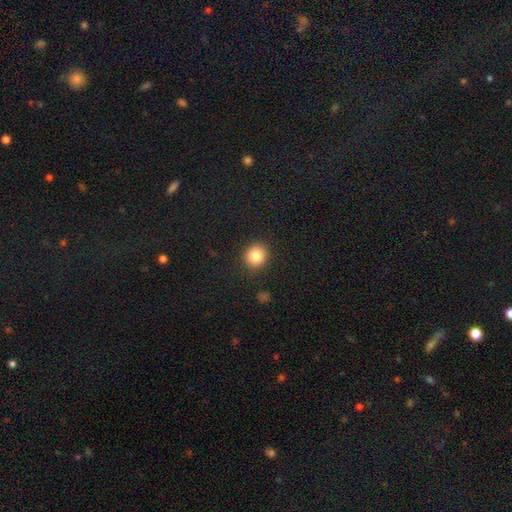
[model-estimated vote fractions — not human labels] Morphology: type=smooth (83%); roundness=round (87%); merging=none (90%).